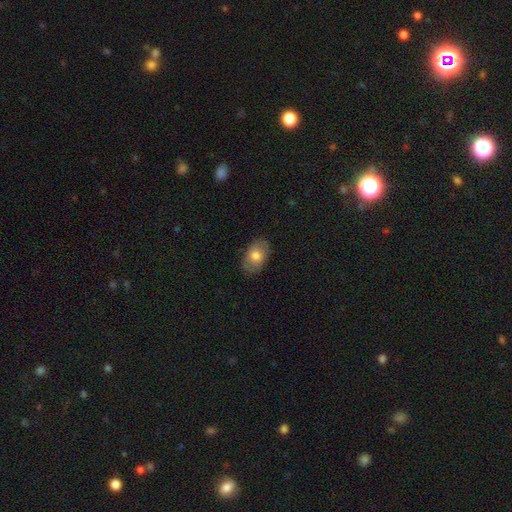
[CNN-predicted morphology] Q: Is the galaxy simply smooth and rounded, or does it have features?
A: smooth — 75%.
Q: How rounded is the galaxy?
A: in between — 88%.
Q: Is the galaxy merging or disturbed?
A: none — 83%.